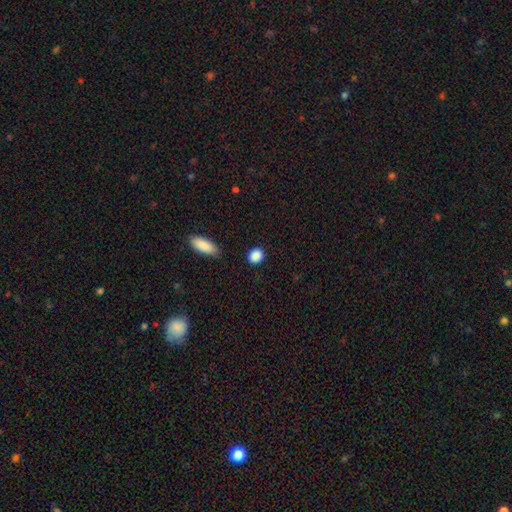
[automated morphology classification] smooth_or_featured: smooth (p=0.88) [alt: star or artifact p=0.08]
how_rounded: round (p=0.68) [alt: in between p=0.31]
merging: none (p=0.87) [alt: minor disturbance p=0.08]